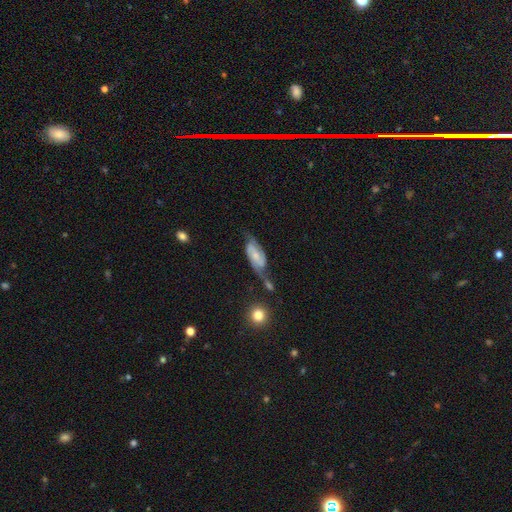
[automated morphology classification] Overall: featured or disk (72%). Edge-on disk: no (92%). Bar: no (44%; weak 40%). Spiral arms: yes (92%). Spiral arm count: 2 (85%). Spiral winding: medium (46%; tight 30%). Bulge size: small (49%; moderate 35%). Merging: none (48%; minor disturbance 25%).